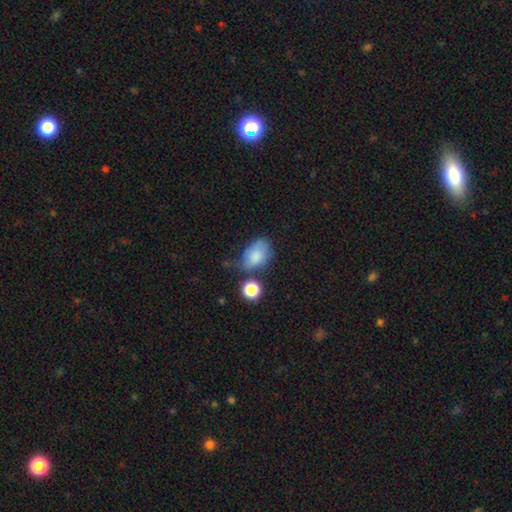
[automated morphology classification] The model was most divided on "merging": none: 41%, minor disturbance: 32%, major disturbance: 15%, merger: 11%. More confident: how rounded — in between (82%); smooth or featured — smooth (78%).